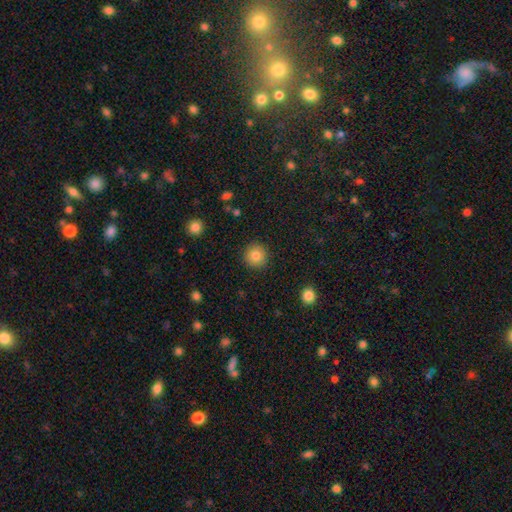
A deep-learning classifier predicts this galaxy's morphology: Smooth or featured? Predicted: smooth (p=0.82). How rounded? Predicted: round (p=0.94). Merging? Predicted: none (p=0.91).